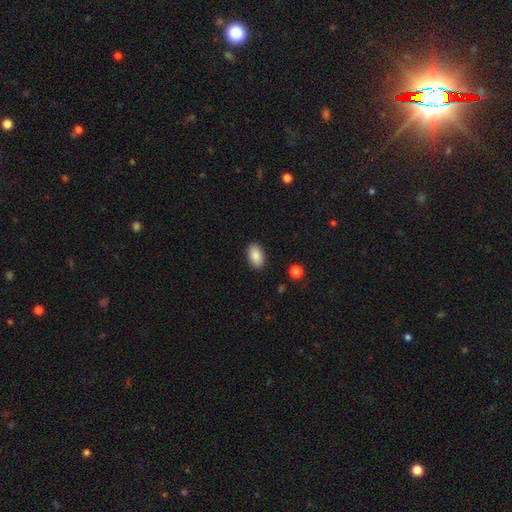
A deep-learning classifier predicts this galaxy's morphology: smooth 88%, star or artifact 7%, featured or disk 5%. Down the decision tree: how rounded — in between (93%); merging — none (89%).